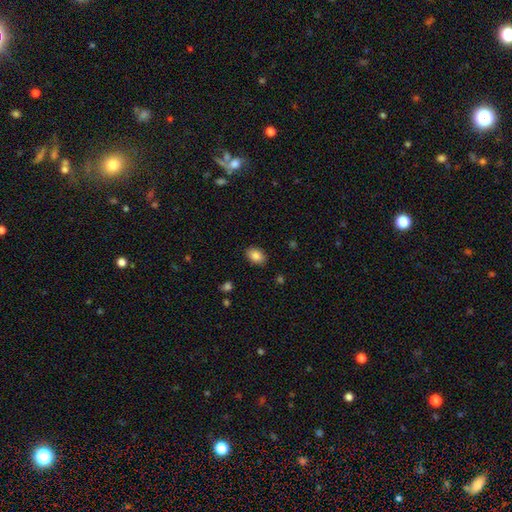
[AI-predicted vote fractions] Morphology: type=smooth (86%); roundness=in between (84%); merging=none (88%).